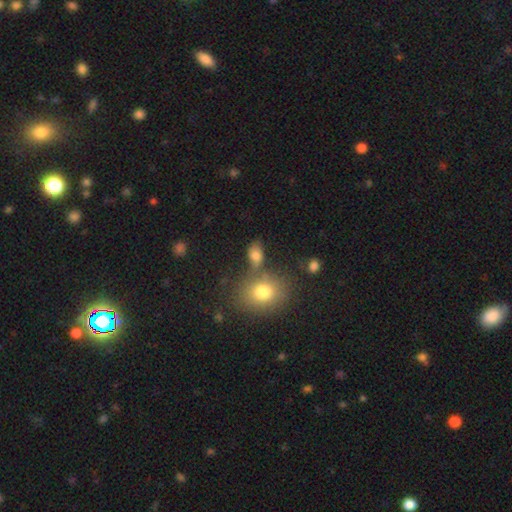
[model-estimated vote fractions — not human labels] Smooth or featured?
  - smooth: 76% *
  - star or artifact: 13%
  - featured or disk: 11%
How rounded?
  - in between: 76% *
  - round: 22%
  - cigar-shaped: 3%
Merging?
  - none: 51% *
  - merger: 23%
  - minor disturbance: 17%
  - major disturbance: 9%